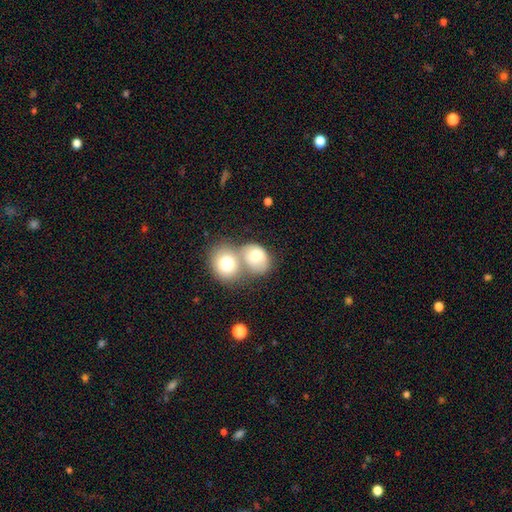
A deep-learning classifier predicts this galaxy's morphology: This appears to be a smooth galaxy with no disk features (73%) that is round (51%). Merging: merger (64%).